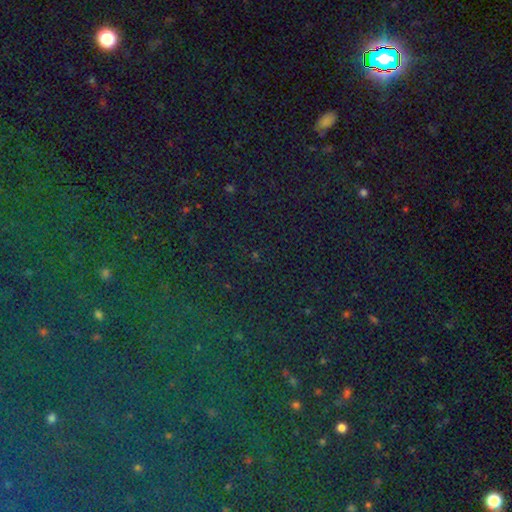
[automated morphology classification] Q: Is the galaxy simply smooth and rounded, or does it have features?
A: star or artifact — 80%.